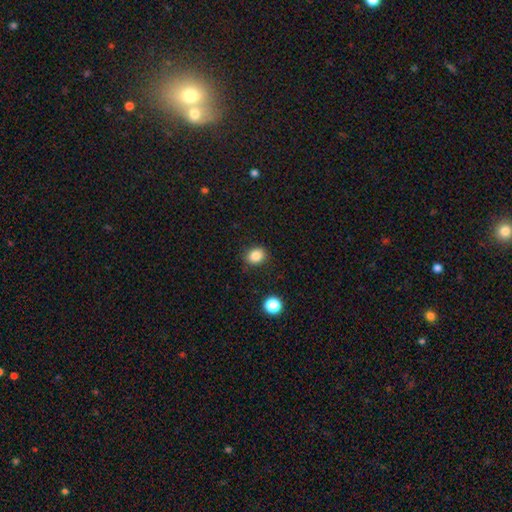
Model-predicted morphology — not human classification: Smooth or featured?
  - smooth: 84% *
  - star or artifact: 11%
  - featured or disk: 5%
How rounded?
  - round: 57% *
  - in between: 43%
  - cigar-shaped: 1%
Merging?
  - none: 86% *
  - minor disturbance: 10%
  - major disturbance: 3%
  - merger: 2%